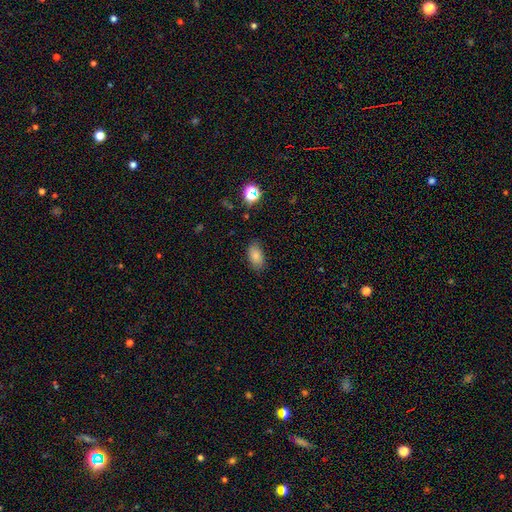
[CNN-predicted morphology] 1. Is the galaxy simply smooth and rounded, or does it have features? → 83% smooth, 10% star or artifact, 7% featured or disk.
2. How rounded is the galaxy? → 91% in between, 6% round, 2% cigar-shaped.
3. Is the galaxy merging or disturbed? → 81% none, 14% minor disturbance, 3% major disturbance, 1% merger.